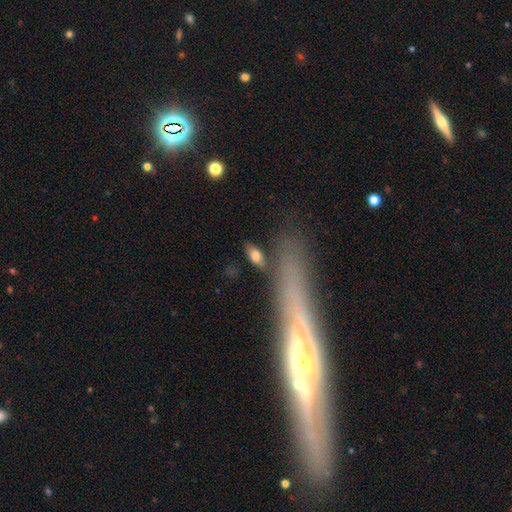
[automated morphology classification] The model was most divided on "smooth or featured": smooth: 73%, featured or disk: 19%, star or artifact: 8%. More confident: how rounded — in between (82%); merging — none (72%).